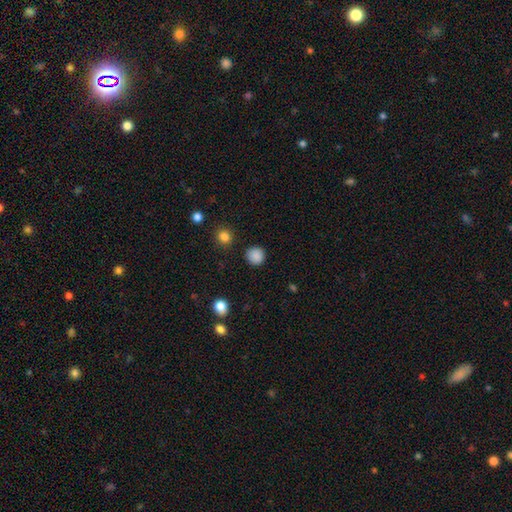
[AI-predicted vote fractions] Smooth or featured?
  - smooth: 87% *
  - star or artifact: 10%
  - featured or disk: 3%
How rounded?
  - round: 93% *
  - in between: 6%
  - cigar-shaped: 1%
Merging?
  - none: 90% *
  - minor disturbance: 6%
  - major disturbance: 2%
  - merger: 1%